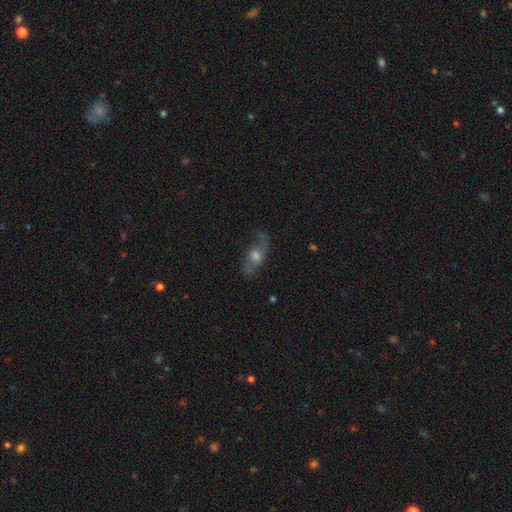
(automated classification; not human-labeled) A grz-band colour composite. It shows a featured or disk galaxy (66%) with no bar (62%), spiral arms (85%) and a moderate central bulge (60%). Merging: none (75%).